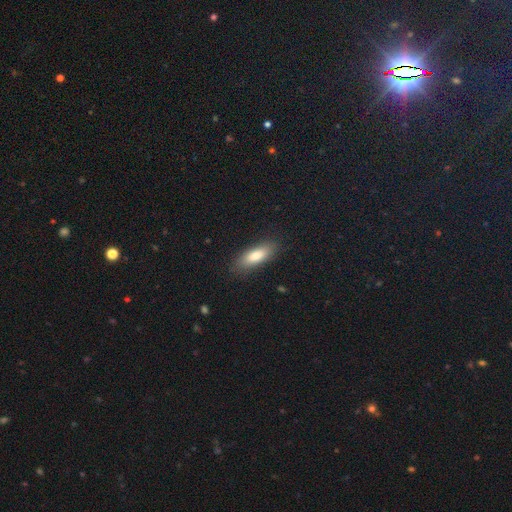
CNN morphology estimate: A smooth galaxy with no disk features (79%) that is in between round and cigar-shaped (60%).

Vote fractions:
- Smooth or featured? smooth: 79% / featured or disk: 14% / star or artifact: 7%
- How rounded? in between: 60% / cigar-shaped: 38% / round: 2%
- Merging? none: 85% / minor disturbance: 11% / major disturbance: 3% / merger: 1%